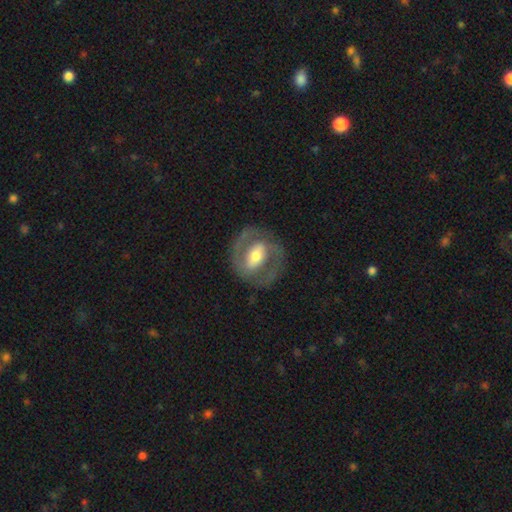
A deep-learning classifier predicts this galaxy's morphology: This appears to be a featured or disk galaxy (75%) with a strong bar (38%), 2 (84%) medium (49%) spiral arms (74%) and a moderate central bulge (60%). Merging: none (78%).